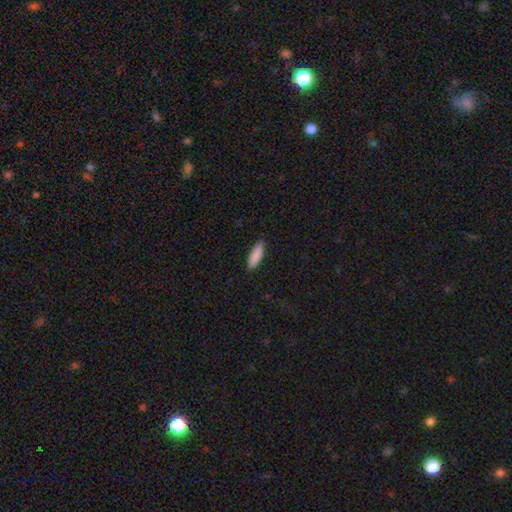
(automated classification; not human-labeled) smooth 89%, featured or disk 6%, star or artifact 6%. Down the decision tree: how rounded — cigar-shaped (58%); merging — none (89%).